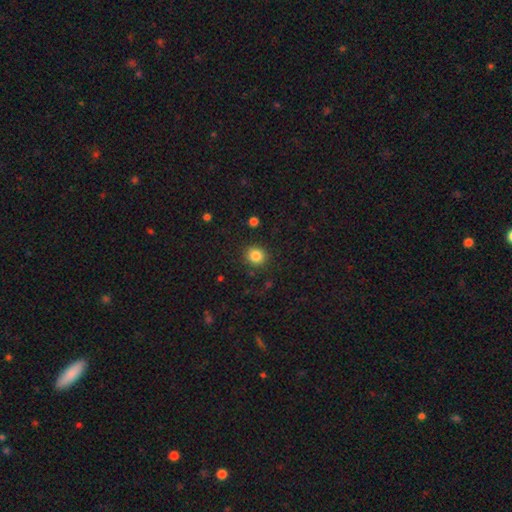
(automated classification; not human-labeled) smooth 85%, star or artifact 11%, featured or disk 4%. Down the decision tree: how rounded — round (84%); merging — none (89%).